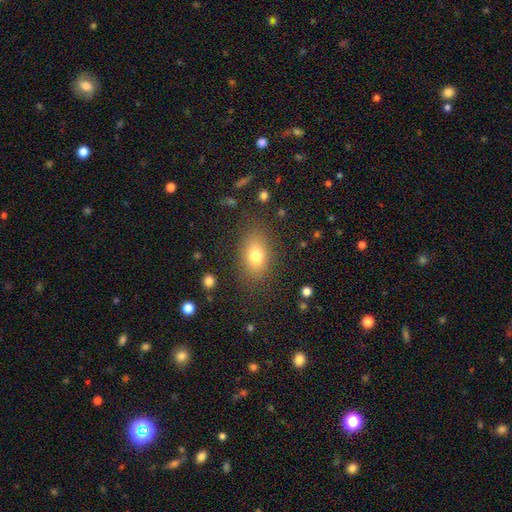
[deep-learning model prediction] smooth-or-featured: smooth: 77% | featured or disk: 12% | star or artifact: 11%
  how-rounded: in between: 81% | round: 17% | cigar-shaped: 2%
  merging: none: 81% | minor disturbance: 12% | major disturbance: 6% | merger: 2%